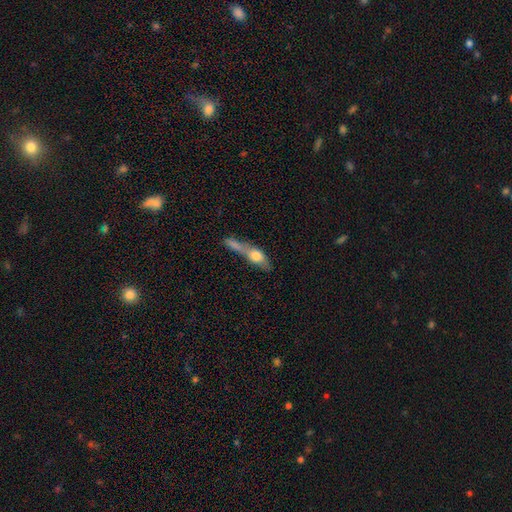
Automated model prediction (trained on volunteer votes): Smooth or featured? Predicted: smooth (p=0.60). How rounded? Predicted: in between (p=0.48). Merging? Predicted: merger (p=0.52).